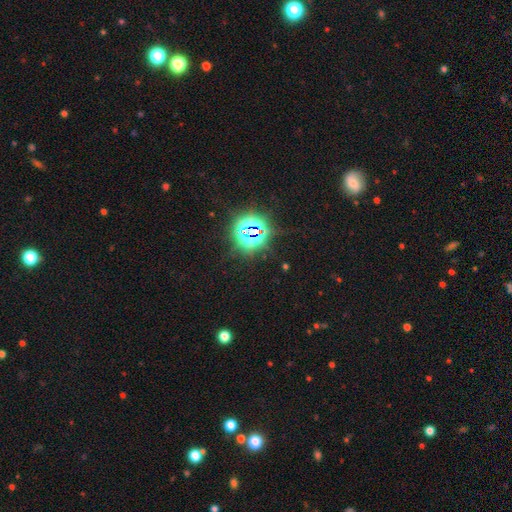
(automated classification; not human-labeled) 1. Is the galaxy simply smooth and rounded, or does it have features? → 78% star or artifact, 15% smooth, 6% featured or disk.